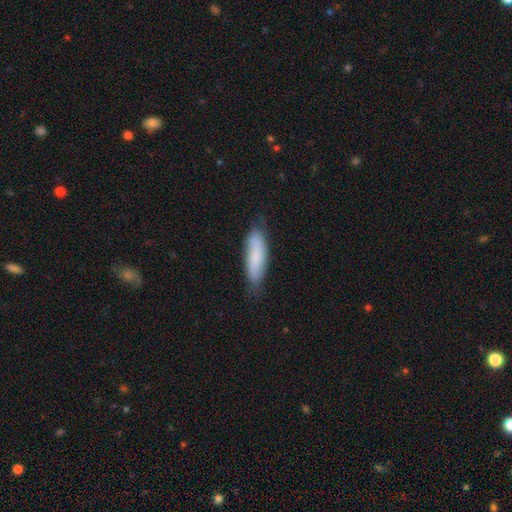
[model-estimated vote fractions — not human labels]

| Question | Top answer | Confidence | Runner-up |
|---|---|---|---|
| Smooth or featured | smooth | 79% | featured or disk (14%) |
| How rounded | cigar-shaped | 57% | in between (41%) |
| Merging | none | 72% | minor disturbance (22%) |